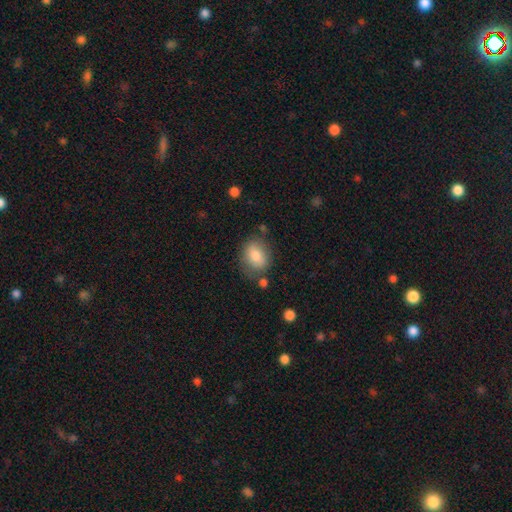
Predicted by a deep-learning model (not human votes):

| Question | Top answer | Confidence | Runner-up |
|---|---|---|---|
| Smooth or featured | smooth | 79% | featured or disk (13%) |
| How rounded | in between | 56% | round (43%) |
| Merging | none | 71% | minor disturbance (18%) |